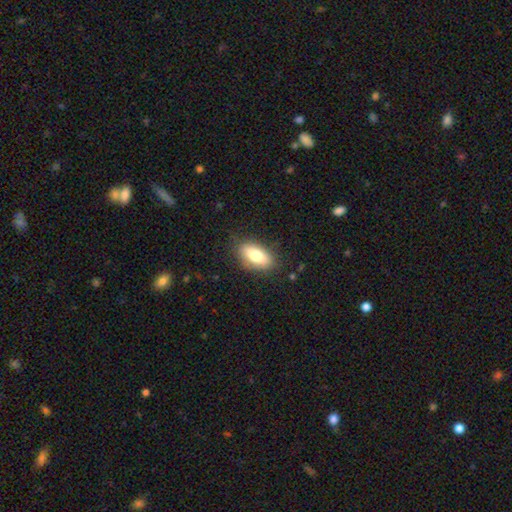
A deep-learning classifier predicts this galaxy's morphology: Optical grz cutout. It shows a smooth galaxy with no disk features (74%) that is in between round and cigar-shaped (87%). Merging: none (83%).